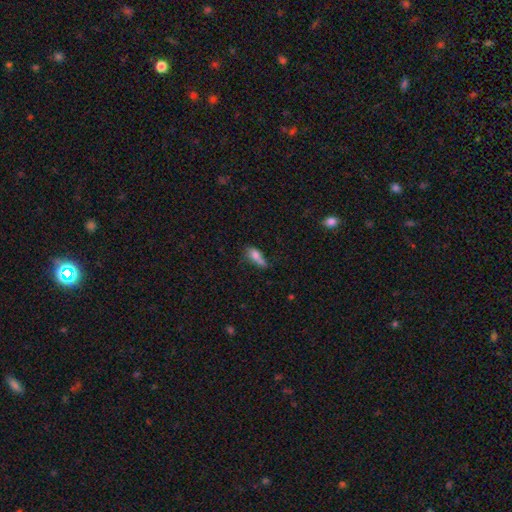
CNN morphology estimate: This appears to be a smooth galaxy with no disk features (73%) that is in between round and cigar-shaped (75%). Merging: none (33%).